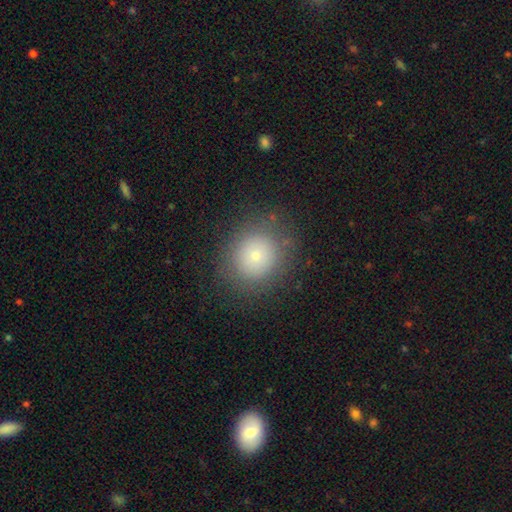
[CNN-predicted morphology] smooth-or-featured: smooth: 73% | featured or disk: 14% | star or artifact: 13%
  how-rounded: round: 85% | in between: 14% | cigar-shaped: 1%
  merging: none: 83% | minor disturbance: 11% | major disturbance: 5% | merger: 1%